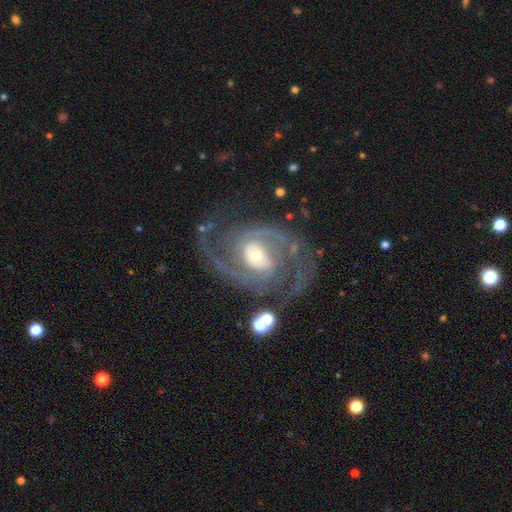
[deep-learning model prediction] Smooth or featured? Predicted: featured or disk (p=0.91). Edge-on disk? Predicted: no (p=0.97). Bar? Predicted: no (p=0.58). Spiral arms? Predicted: yes (p=0.97). Spiral winding? Predicted: medium (p=0.49). Spiral arm count? Predicted: 2 (p=0.76). Bulge size? Predicted: moderate (p=0.59). Merging? Predicted: none (p=0.66).